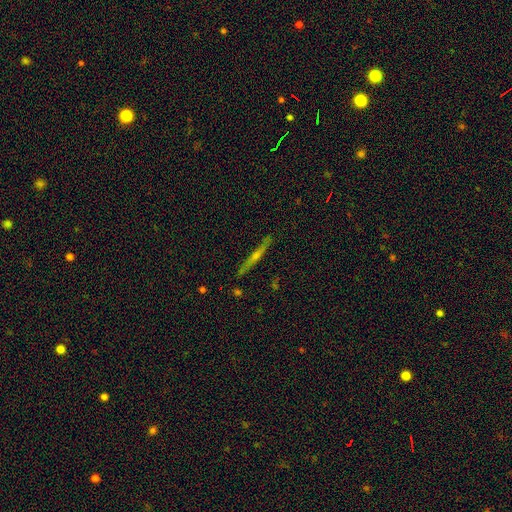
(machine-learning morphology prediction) The model was most divided on "edge-on bulge": rounded: 68%, none: 27%, boxy: 5%. More confident: edge-on disk — yes (96%); merging — none (88%); smooth or featured — featured or disk (69%).